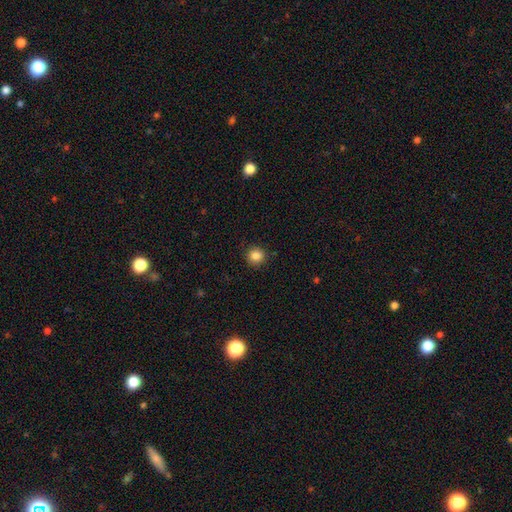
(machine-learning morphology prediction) This is clearly a smooth galaxy (86%). How rounded: clearly round (93%). Merging: clearly none (90%).